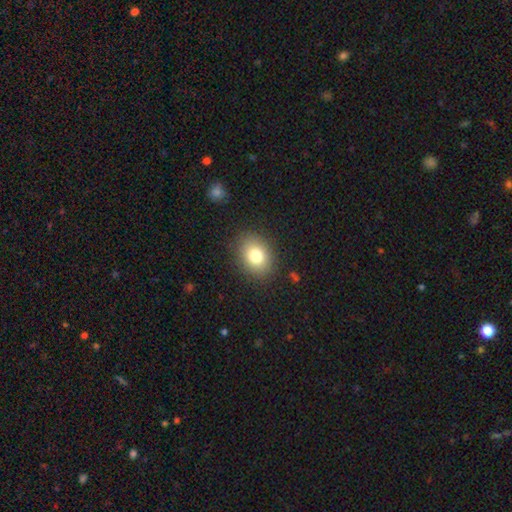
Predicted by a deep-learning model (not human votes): Smooth or featured: smooth — 79% (featured or disk — 10%)
How rounded: in between — 57% (round — 43%)
Merging: none — 87% (minor disturbance — 9%)